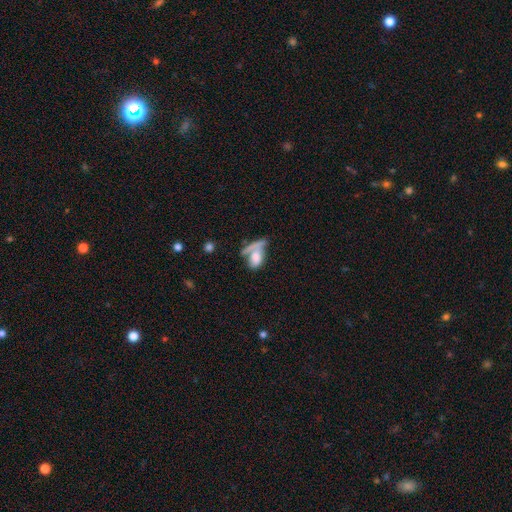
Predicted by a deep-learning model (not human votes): smooth_or_featured: smooth (p=0.66) [alt: featured or disk p=0.23]
how_rounded: in between (p=0.72) [alt: round p=0.15]
merging: merger (p=0.41) [alt: none p=0.31]